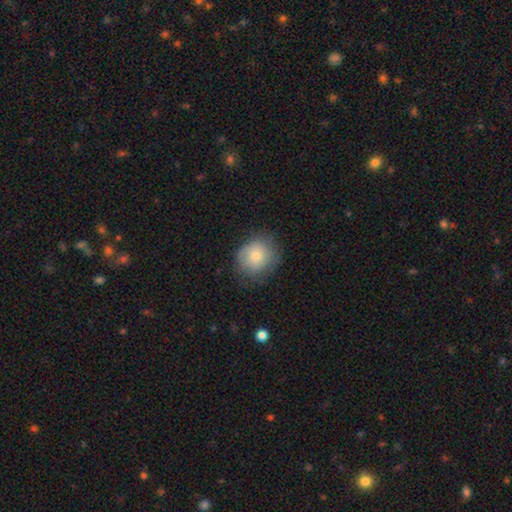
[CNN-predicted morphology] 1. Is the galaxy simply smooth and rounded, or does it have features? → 76% smooth, 16% featured or disk, 8% star or artifact.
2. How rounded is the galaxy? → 79% round, 20% in between, 1% cigar-shaped.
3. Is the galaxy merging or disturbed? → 72% none, 20% minor disturbance, 7% major disturbance, 1% merger.